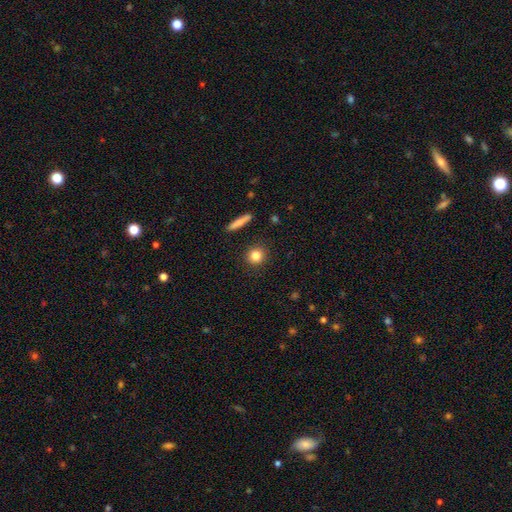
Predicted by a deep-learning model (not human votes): Smooth or featured? smooth (83%)
How rounded? round (88%)
Merging? none (91%)